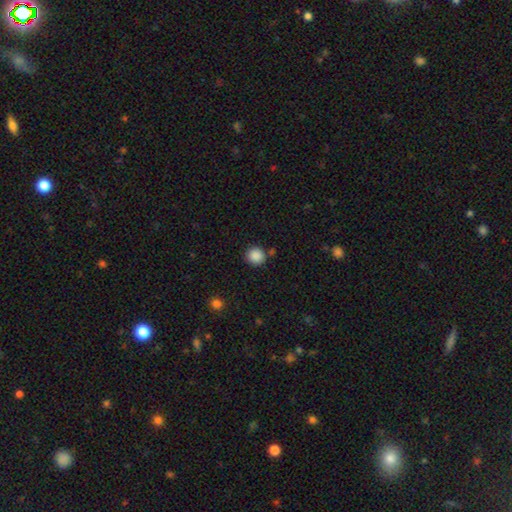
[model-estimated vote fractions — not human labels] Smooth or featured: smooth — 88% (star or artifact — 9%)
How rounded: round — 92% (in between — 7%)
Merging: none — 84% (minor disturbance — 9%)